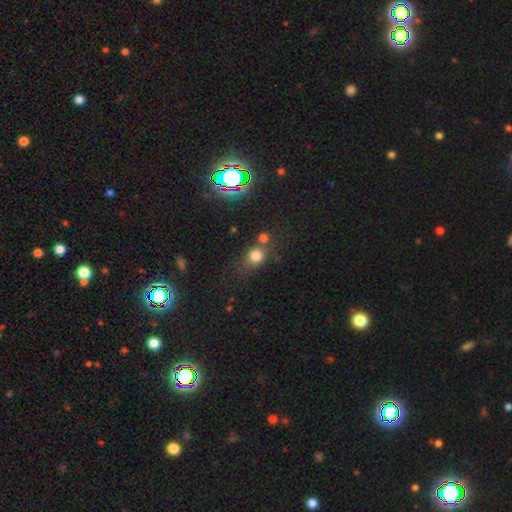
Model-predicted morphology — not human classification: This appears to be a smooth galaxy with no disk features (73%) that is round (69%). Merging: none (56%).